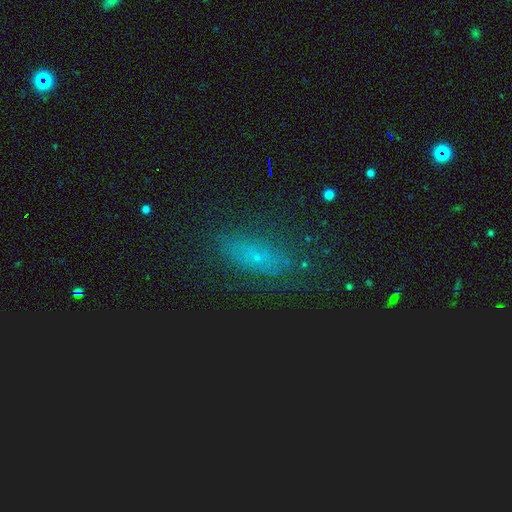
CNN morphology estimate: type=smooth (51%); roundness=in between (66%); merging=none (74%).